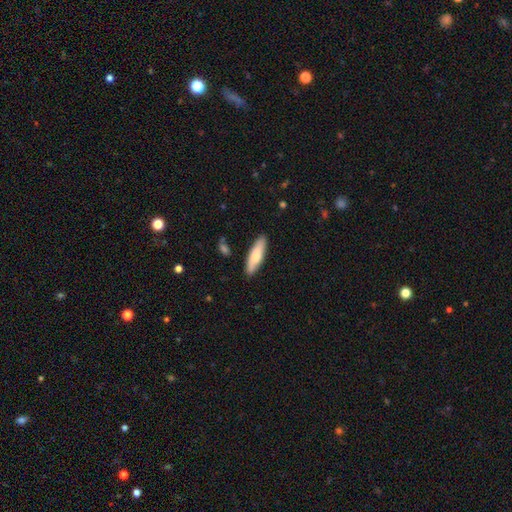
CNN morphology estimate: Smooth or featured? Predicted: smooth (p=0.72). How rounded? Predicted: cigar-shaped (p=0.57). Merging? Predicted: none (p=0.86).